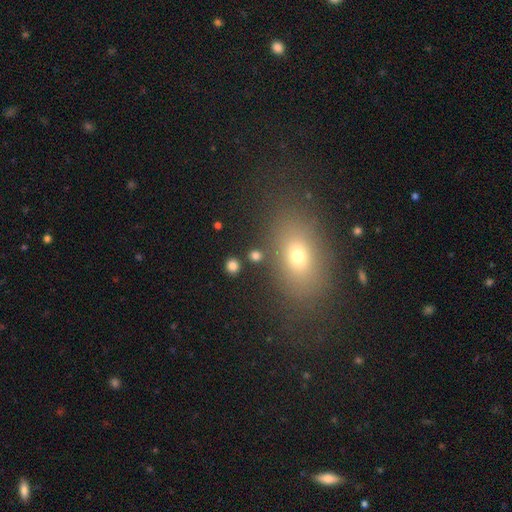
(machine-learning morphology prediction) Smooth or featured? Predicted: smooth (p=0.76). How rounded? Predicted: round (p=0.66). Merging? Predicted: none (p=0.84).